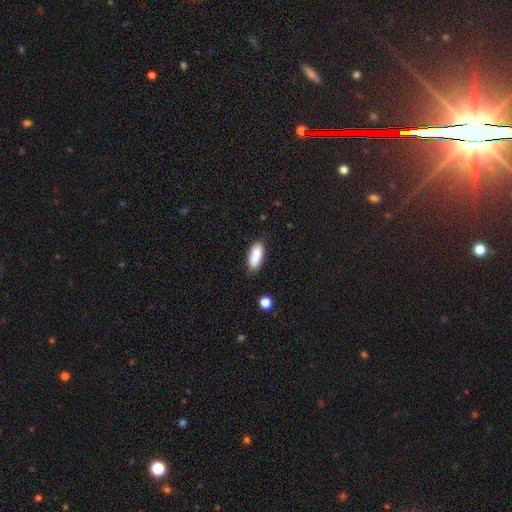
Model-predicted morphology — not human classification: Smooth or featured? Predicted: smooth (p=0.87). How rounded? Predicted: in between (p=0.78). Merging? Predicted: none (p=0.80).